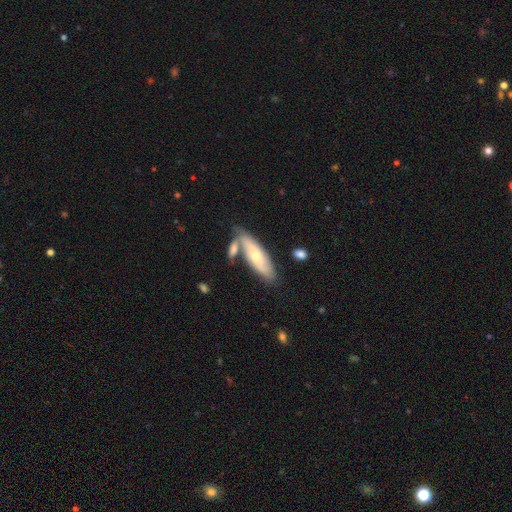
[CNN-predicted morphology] smooth 49%, featured or disk 46%, star or artifact 5%. Down the decision tree: merging — none (56%).